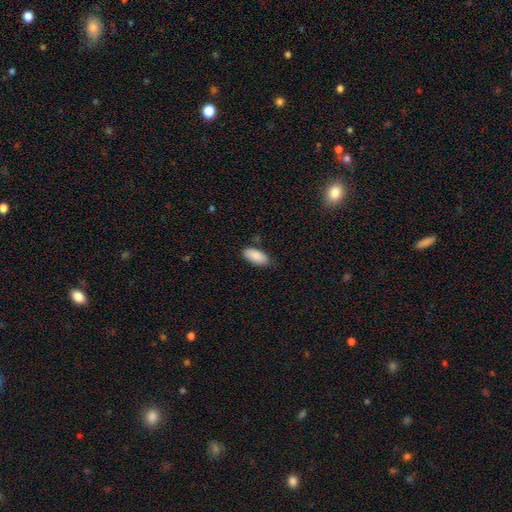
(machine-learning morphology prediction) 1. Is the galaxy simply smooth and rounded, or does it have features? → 88% smooth, 6% star or artifact, 5% featured or disk.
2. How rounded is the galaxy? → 91% in between, 7% cigar-shaped, 2% round.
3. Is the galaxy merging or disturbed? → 78% none, 18% minor disturbance, 3% major disturbance, 2% merger.